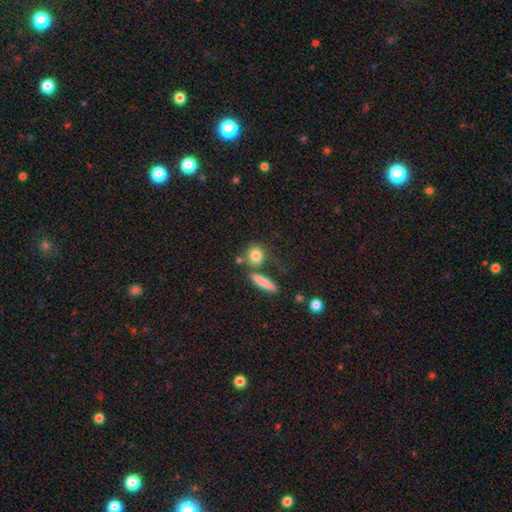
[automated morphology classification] Overall: smooth (83%). How rounded: round (66%; in between 27%). Merging: none (67%).